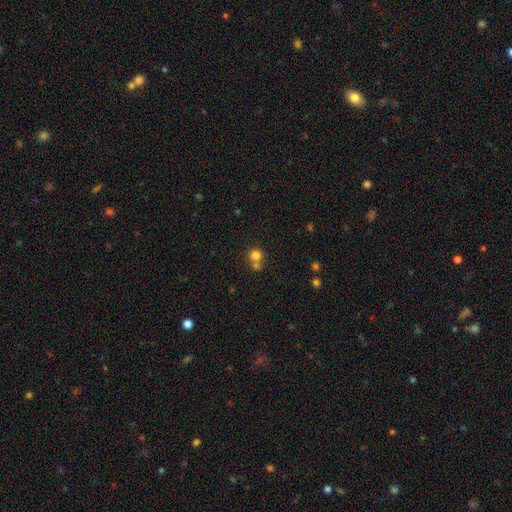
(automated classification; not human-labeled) smooth_or_featured: smooth (p=0.77) [alt: star or artifact p=0.13]
how_rounded: round (p=0.86) [alt: in between p=0.13]
merging: merger (p=0.45) [alt: none p=0.44]